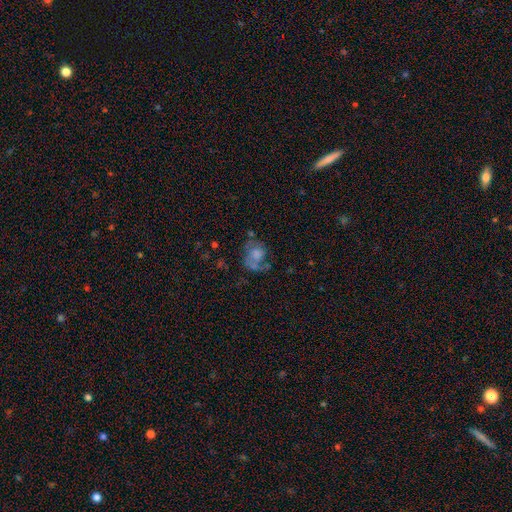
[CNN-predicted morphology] smooth_or_featured: smooth (p=0.47) [alt: featured or disk p=0.42]
merging: major disturbance (p=0.34) [alt: none p=0.32]